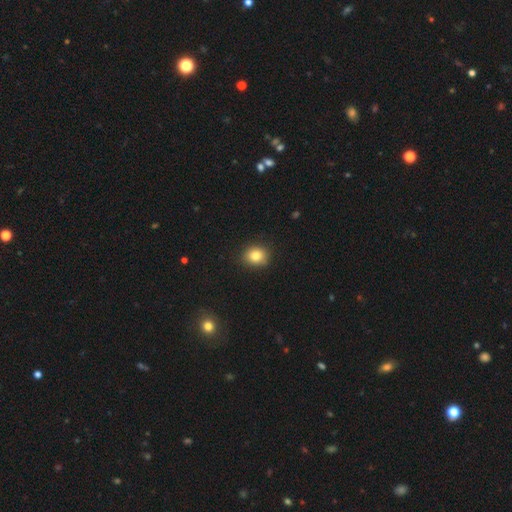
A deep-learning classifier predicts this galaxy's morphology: type=smooth (83%); roundness=round (69%); merging=none (87%).